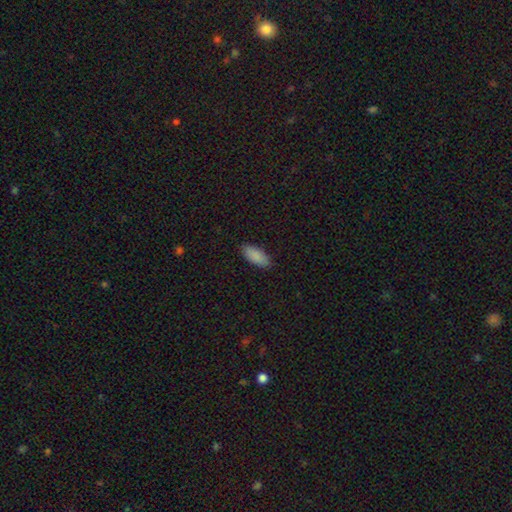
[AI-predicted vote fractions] Overall: smooth (89%). How rounded: in between (84%). Merging: none (87%).